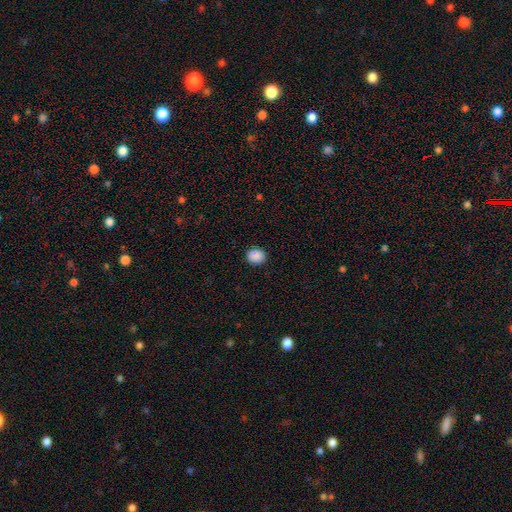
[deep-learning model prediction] A smooth galaxy with no disk features (89%) that is round (71%). Merging: none (90%).